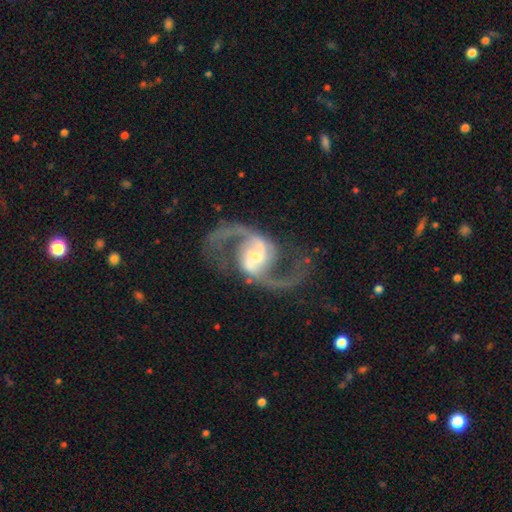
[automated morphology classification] Overall: featured or disk (93%). Edge-on disk: no (98%). Bar: weak (45%; strong 32%). Spiral arms: yes (98%). Spiral arm count: 2 (95%). Spiral winding: loose (48%; medium 46%). Bulge size: moderate (53%; small 33%). Merging: none (80%).